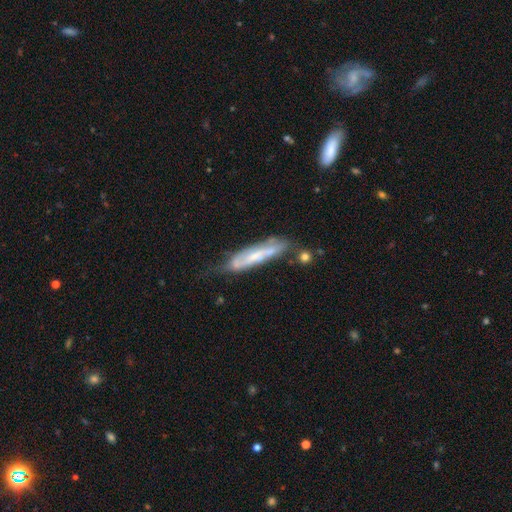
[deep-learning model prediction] Q: Smooth or featured?
A: featured or disk (61%); runner-up: smooth (32%)
Q: Edge-on disk?
A: no (51%); runner-up: yes (49%)
Q: Merging?
A: none (51%); runner-up: minor disturbance (29%)